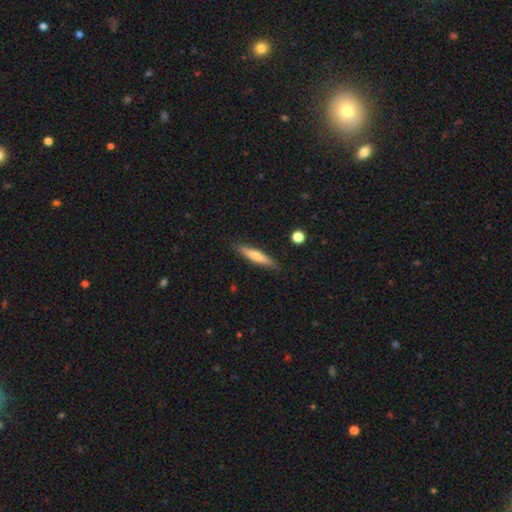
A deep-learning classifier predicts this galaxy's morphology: type=smooth (61%); roundness=cigar-shaped (88%); merging=none (87%).